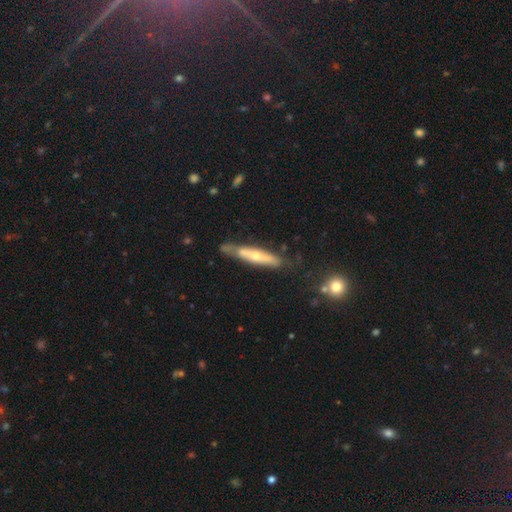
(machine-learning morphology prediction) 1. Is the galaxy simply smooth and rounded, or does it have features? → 56% featured or disk, 38% smooth, 6% star or artifact.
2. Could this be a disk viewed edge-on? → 71% yes, 29% no.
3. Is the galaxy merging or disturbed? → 64% none, 24% minor disturbance, 7% major disturbance, 5% merger.